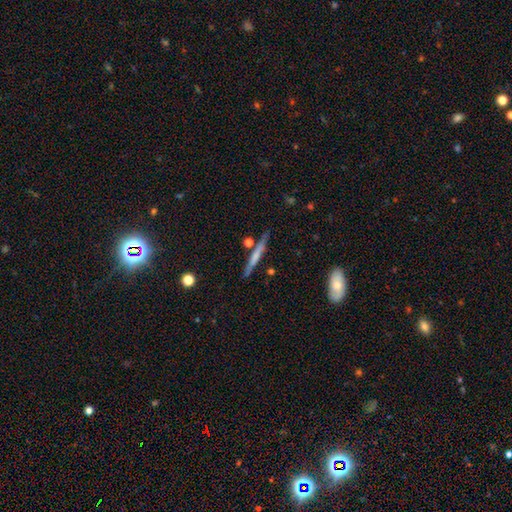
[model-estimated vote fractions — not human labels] This is possibly a smooth galaxy (49%). Merging: clearly none (81%).